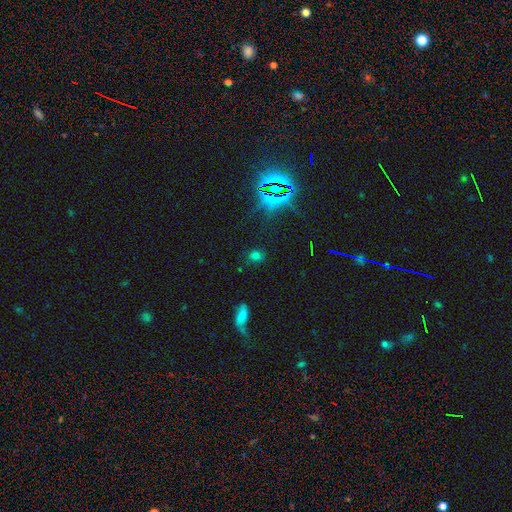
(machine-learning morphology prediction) Overall: smooth (59%; star or artifact 33%). How rounded: round (57%; in between 41%). Merging: none (78%).